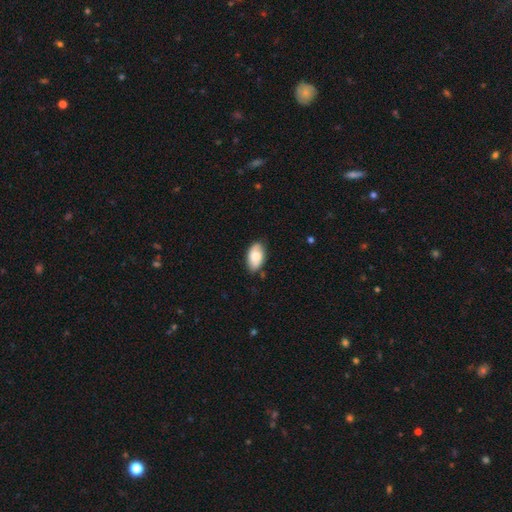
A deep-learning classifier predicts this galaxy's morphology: Smooth or featured? Predicted: smooth (p=0.74). How rounded? Predicted: in between (p=0.94). Merging? Predicted: none (p=0.80).